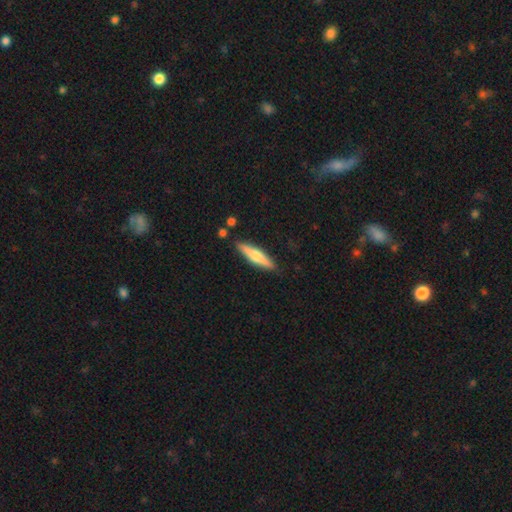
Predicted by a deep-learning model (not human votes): Smooth or featured: featured or disk — 48% (smooth — 46%)
Merging: none — 87% (minor disturbance — 9%)